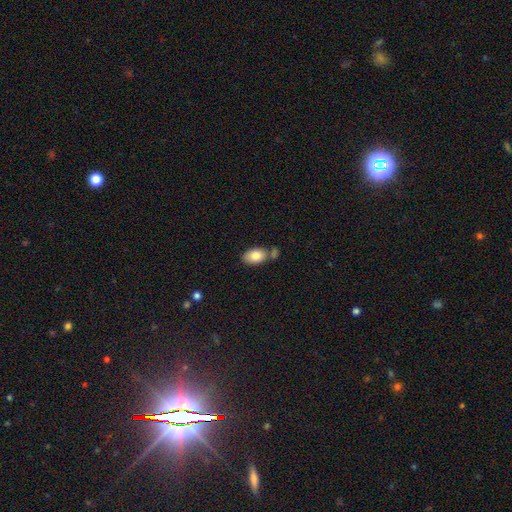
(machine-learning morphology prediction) This is clearly a smooth galaxy (82%). How rounded: clearly in between (90%). Merging: possibly none (59%).